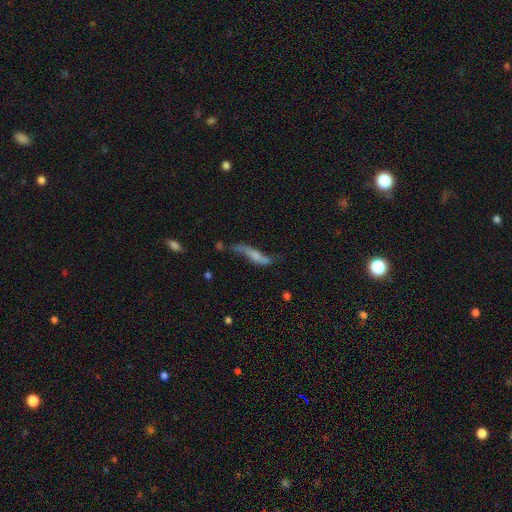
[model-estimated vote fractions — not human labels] Smooth or featured?
  - featured or disk: 57% *
  - smooth: 34%
  - star or artifact: 9%
Edge-on disk?
  - no: 63% *
  - yes: 37%
Merging?
  - none: 39% *
  - minor disturbance: 26%
  - major disturbance: 23%
  - merger: 11%